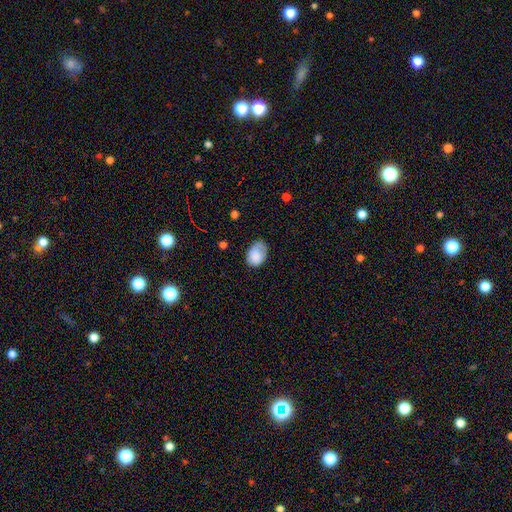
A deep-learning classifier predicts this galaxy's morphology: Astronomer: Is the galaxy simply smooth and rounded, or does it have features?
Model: smooth — 83%.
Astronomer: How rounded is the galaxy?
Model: in between — 81%.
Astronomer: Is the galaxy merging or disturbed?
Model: none — 57%.